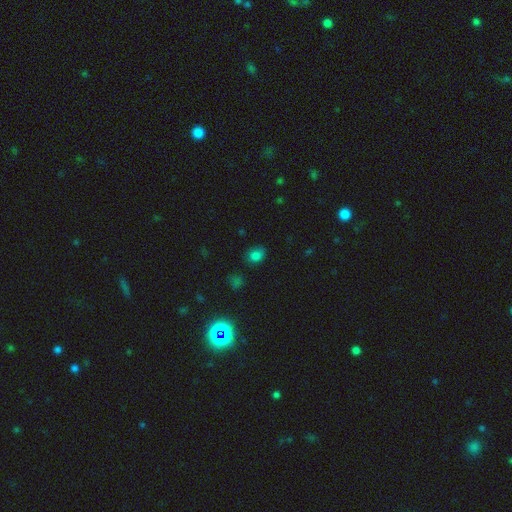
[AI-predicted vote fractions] A smooth galaxy with no disk features (76%) that is in between round and cigar-shaped (51%).

Vote fractions:
- Smooth or featured? smooth: 76% / star or artifact: 17% / featured or disk: 6%
- How rounded? in between: 51% / round: 48% / cigar-shaped: 1%
- Merging? none: 77% / minor disturbance: 17% / major disturbance: 4% / merger: 2%